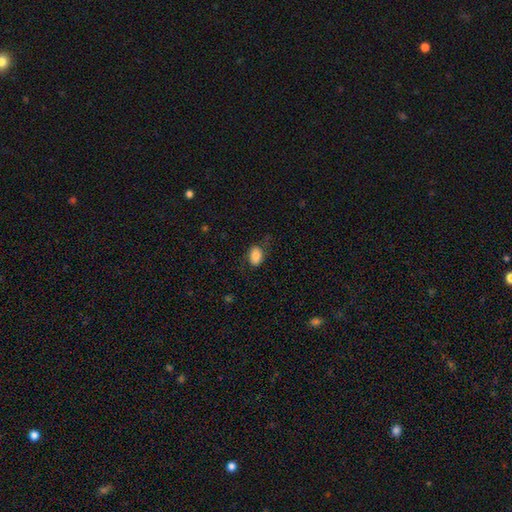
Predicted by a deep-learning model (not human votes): smooth 80%, featured or disk 12%, star or artifact 8%. Down the decision tree: how rounded — in between (82%); merging — none (71%).